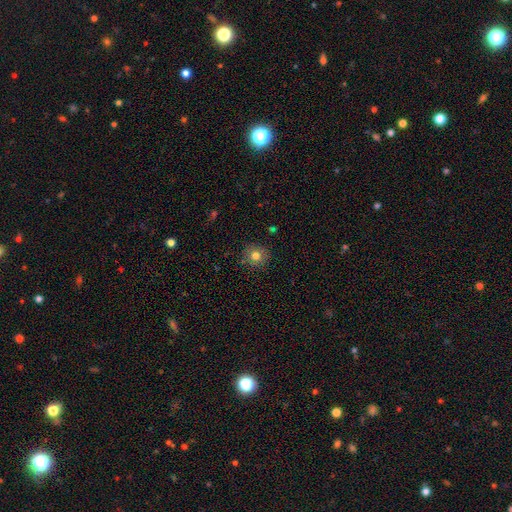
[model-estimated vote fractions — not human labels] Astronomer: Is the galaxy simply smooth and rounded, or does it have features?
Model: smooth — 79%.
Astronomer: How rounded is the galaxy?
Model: round — 91%.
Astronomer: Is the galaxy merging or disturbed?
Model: none — 89%.